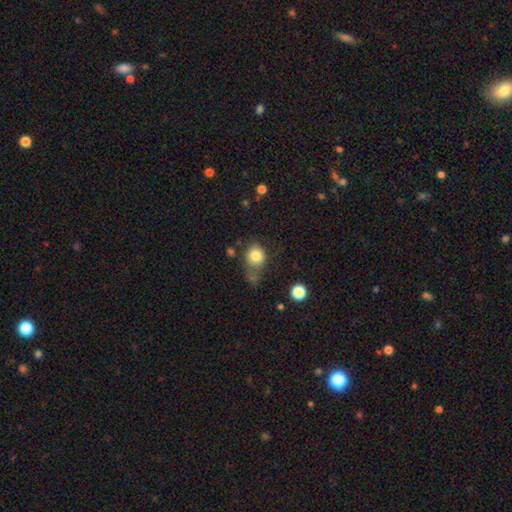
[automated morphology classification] This appears to be a smooth galaxy with no disk features (81%) that is round (71%). Merging: none (42%).